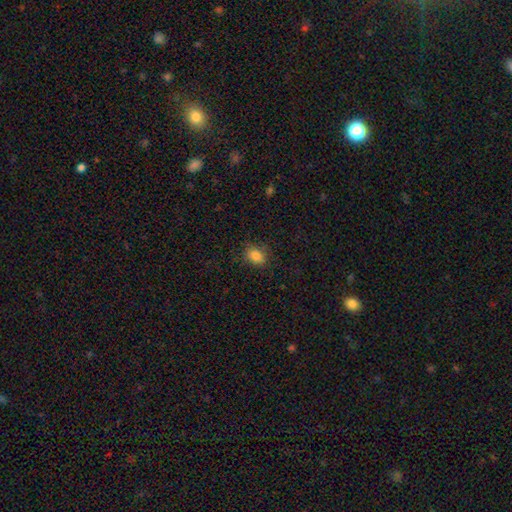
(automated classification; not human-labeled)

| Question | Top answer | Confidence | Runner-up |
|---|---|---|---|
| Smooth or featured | smooth | 85% | star or artifact (10%) |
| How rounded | in between | 59% | round (40%) |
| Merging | none | 82% | minor disturbance (13%) |